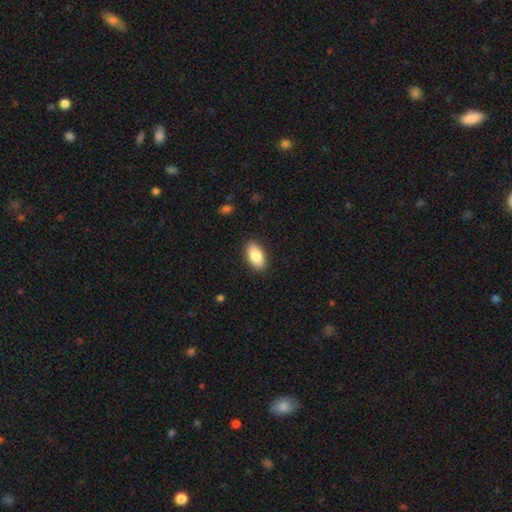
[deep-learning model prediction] smooth 83%, featured or disk 10%, star or artifact 6%. Down the decision tree: how rounded — in between (92%); merging — none (88%).